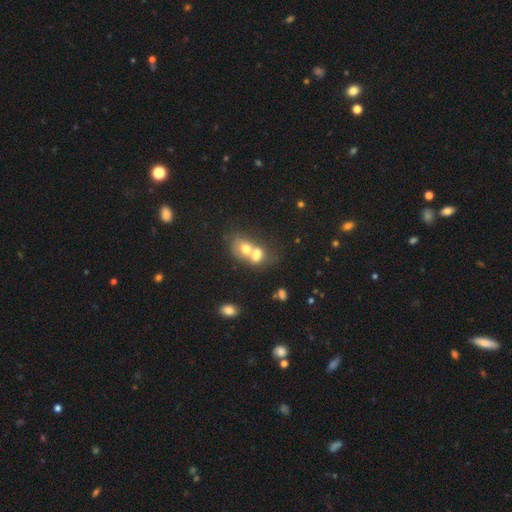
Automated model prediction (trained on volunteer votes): This is likely a smooth galaxy (62%). How rounded: likely in between (61%). Merging: likely merger (77%).